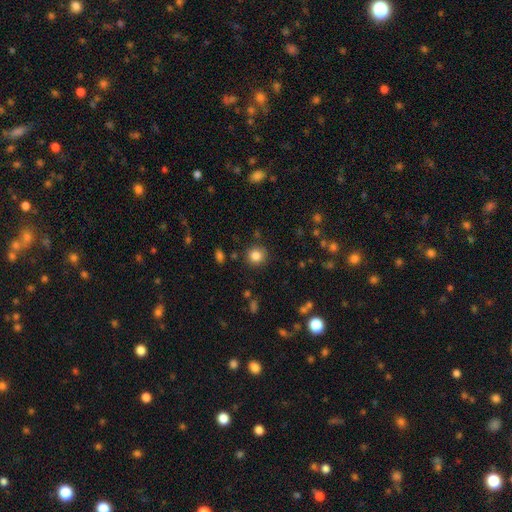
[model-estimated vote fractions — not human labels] Smooth or featured: smooth — 84% (star or artifact — 11%)
How rounded: round — 89% (in between — 10%)
Merging: none — 87% (minor disturbance — 8%)